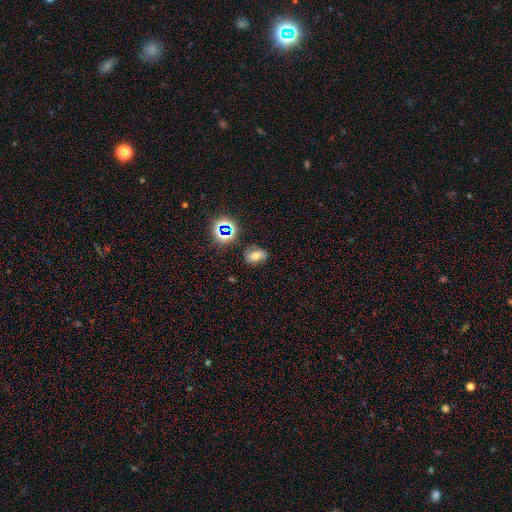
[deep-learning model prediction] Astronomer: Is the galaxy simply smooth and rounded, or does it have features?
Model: smooth — 54%.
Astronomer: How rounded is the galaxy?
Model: in between — 74%.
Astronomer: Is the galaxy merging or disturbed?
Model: none — 75%.